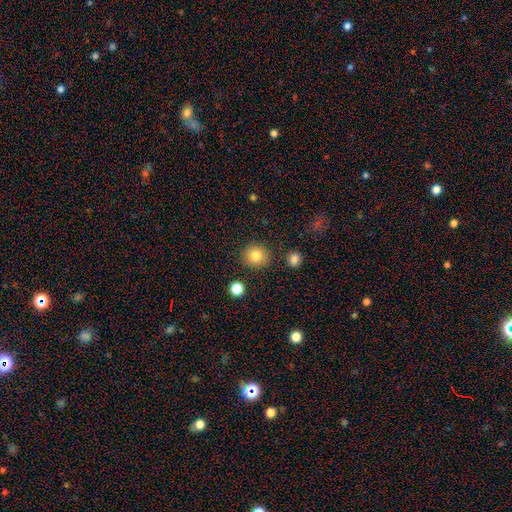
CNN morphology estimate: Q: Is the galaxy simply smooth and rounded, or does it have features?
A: smooth — 83%.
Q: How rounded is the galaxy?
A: round — 90%.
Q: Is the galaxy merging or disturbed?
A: none — 88%.